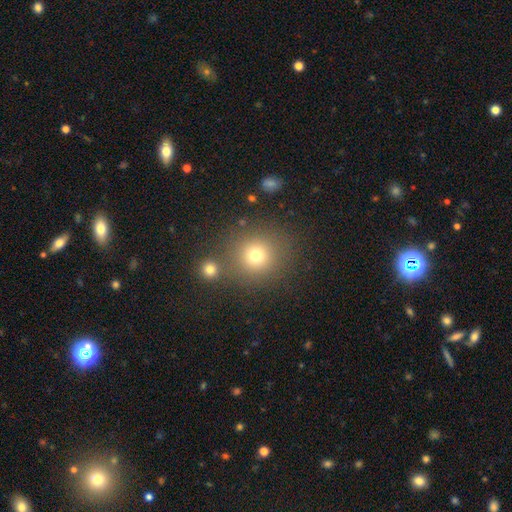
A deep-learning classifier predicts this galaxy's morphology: This appears to be a smooth galaxy with no disk features (72%) that is round (88%). Merging: none (77%).